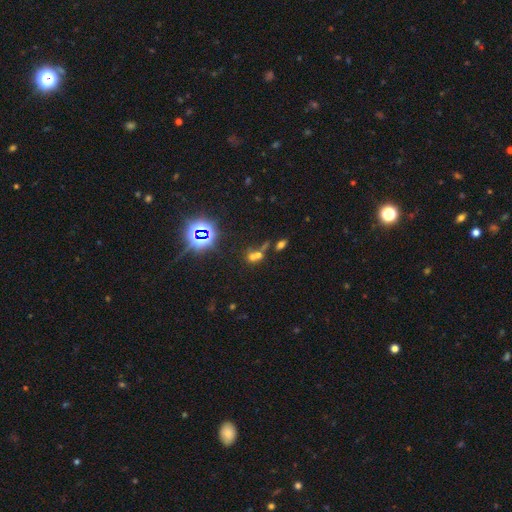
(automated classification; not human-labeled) This is marginally a smooth galaxy (43%). Merging: possibly merger (57%).